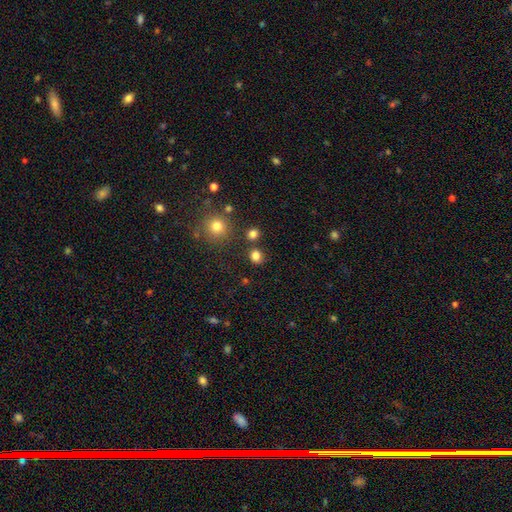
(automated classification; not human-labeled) A smooth galaxy with no disk features (81%) that is round (75%).

Vote fractions:
- Smooth or featured? smooth: 81% / star or artifact: 14% / featured or disk: 5%
- How rounded? round: 75% / in between: 24% / cigar-shaped: 1%
- Merging? none: 79% / minor disturbance: 9% / merger: 9% / major disturbance: 3%